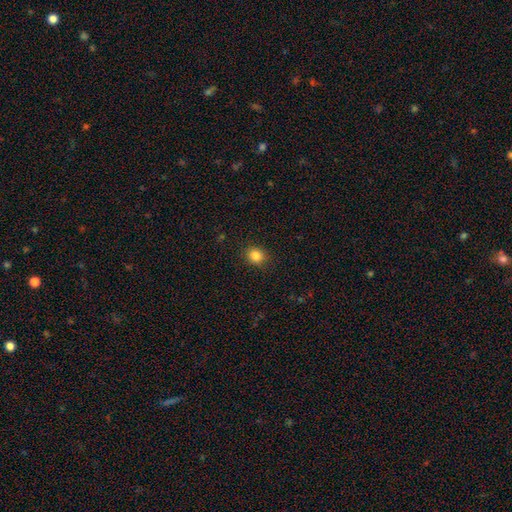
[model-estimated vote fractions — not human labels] Smooth or featured? Predicted: smooth (p=0.84). How rounded? Predicted: round (p=0.80). Merging? Predicted: none (p=0.89).